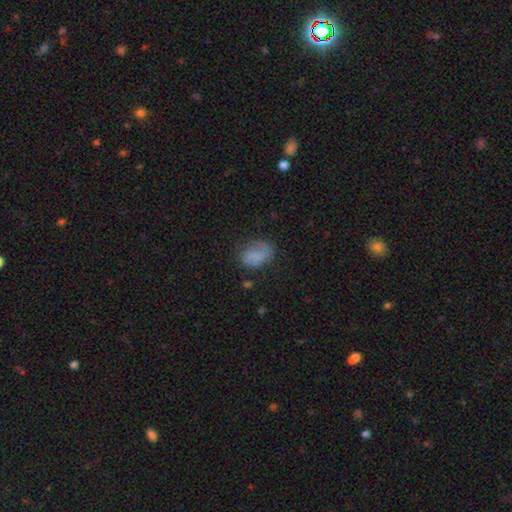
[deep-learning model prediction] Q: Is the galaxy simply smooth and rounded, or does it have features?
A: smooth — 73%.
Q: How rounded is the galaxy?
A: in between — 81%.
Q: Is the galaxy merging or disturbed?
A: none — 54%.